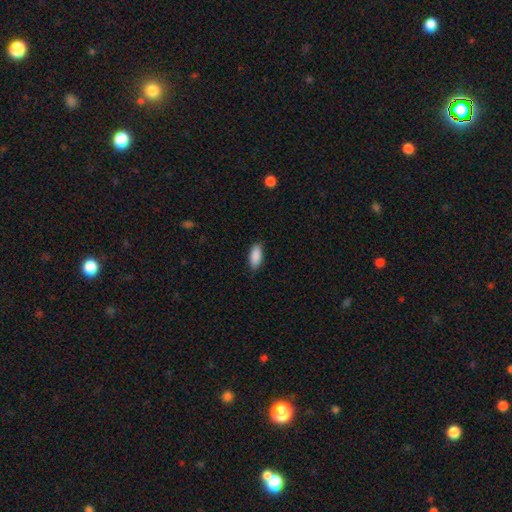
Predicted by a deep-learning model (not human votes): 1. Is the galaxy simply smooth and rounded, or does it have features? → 90% smooth, 6% star or artifact, 4% featured or disk.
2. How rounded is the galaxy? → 82% in between, 16% cigar-shaped, 2% round.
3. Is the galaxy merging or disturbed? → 87% none, 10% minor disturbance, 2% major disturbance, 1% merger.